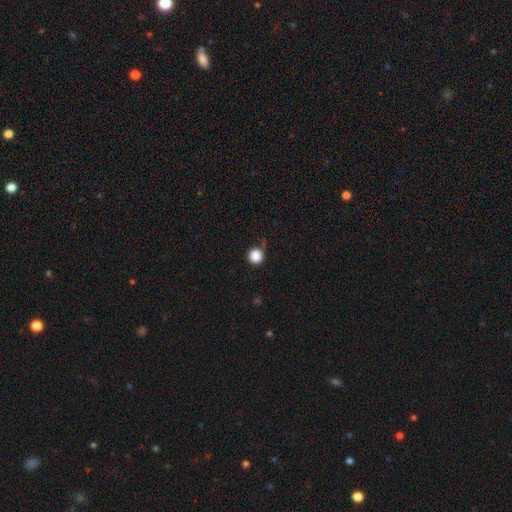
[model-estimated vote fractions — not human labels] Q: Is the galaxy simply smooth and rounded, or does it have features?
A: smooth — 86%.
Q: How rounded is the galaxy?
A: round — 95%.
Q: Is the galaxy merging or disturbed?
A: none — 77%.